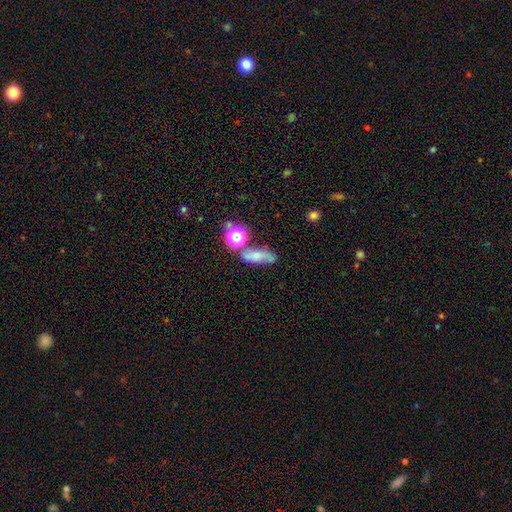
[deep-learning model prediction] Overall: smooth (54%; featured or disk 29%). How rounded: in between (56%; cigar-shaped 26%). Merging: none (53%; minor disturbance 22%).